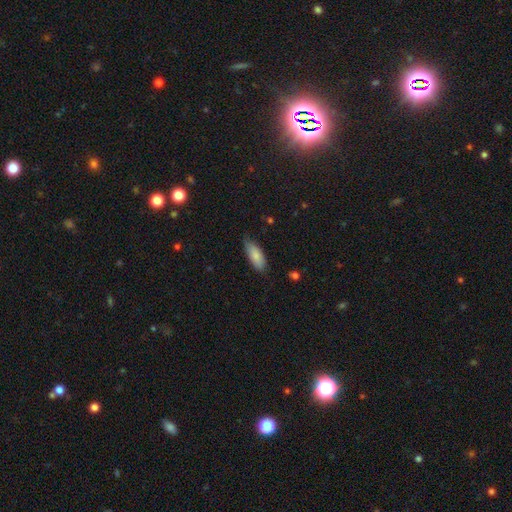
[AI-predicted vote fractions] Smooth or featured?
  - smooth: 83% *
  - featured or disk: 11%
  - star or artifact: 6%
How rounded?
  - in between: 80% *
  - cigar-shaped: 18%
  - round: 2%
Merging?
  - none: 71% *
  - minor disturbance: 25%
  - major disturbance: 3%
  - merger: 1%